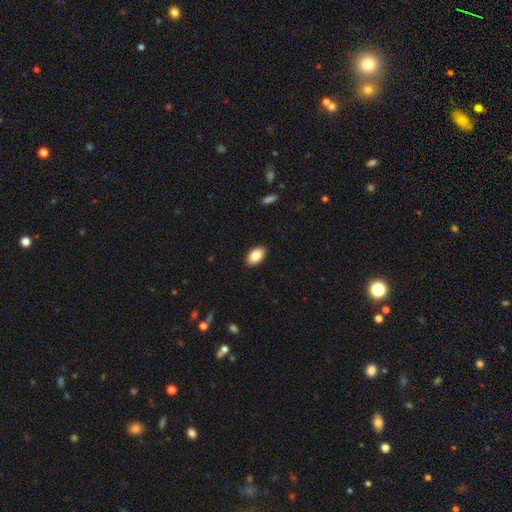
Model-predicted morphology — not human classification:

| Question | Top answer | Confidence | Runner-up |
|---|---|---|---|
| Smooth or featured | smooth | 87% | star or artifact (7%) |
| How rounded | in between | 94% | round (5%) |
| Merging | none | 90% | minor disturbance (7%) |